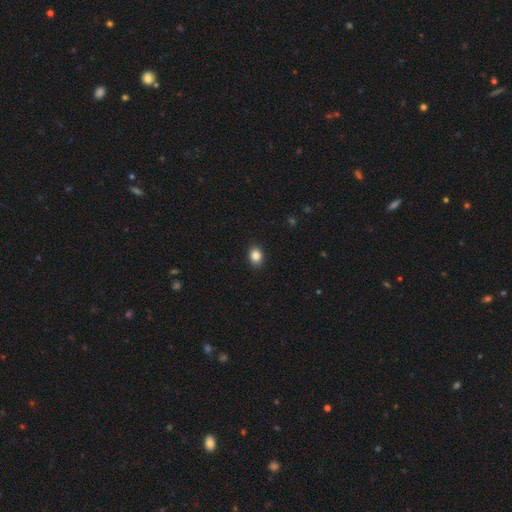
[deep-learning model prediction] This is clearly a smooth galaxy (84%). How rounded: likely in between (63%). Merging: clearly none (90%).